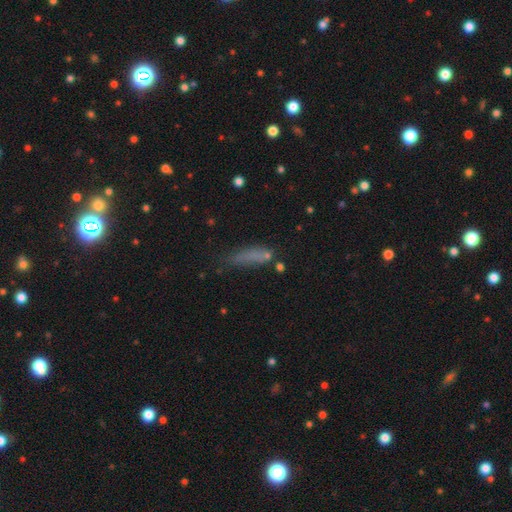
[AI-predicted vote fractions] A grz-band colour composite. It shows a smooth galaxy with no disk features (68%) that is cigar-shaped (63%). Merging: none (49%).